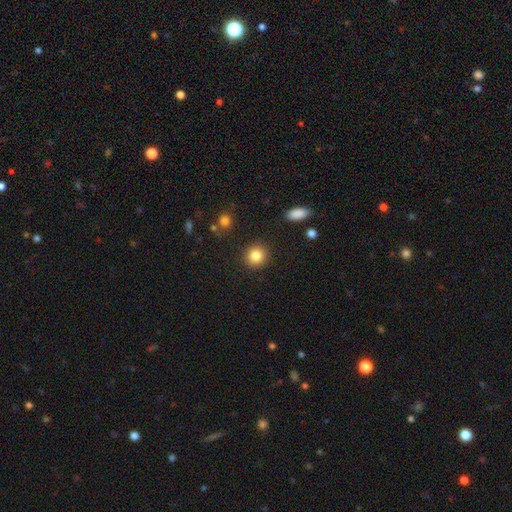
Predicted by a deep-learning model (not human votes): Smooth or featured?
  - smooth: 85% *
  - star or artifact: 10%
  - featured or disk: 5%
How rounded?
  - round: 89% *
  - in between: 10%
  - cigar-shaped: 1%
Merging?
  - none: 90% *
  - minor disturbance: 6%
  - major disturbance: 2%
  - merger: 2%